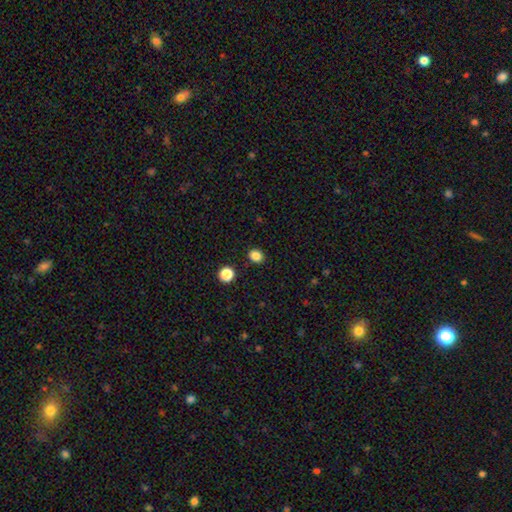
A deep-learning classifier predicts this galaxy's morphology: The model was most divided on "how rounded": round: 59%, in between: 40%, cigar-shaped: 1%. More confident: merging — none (89%); smooth or featured — smooth (85%).